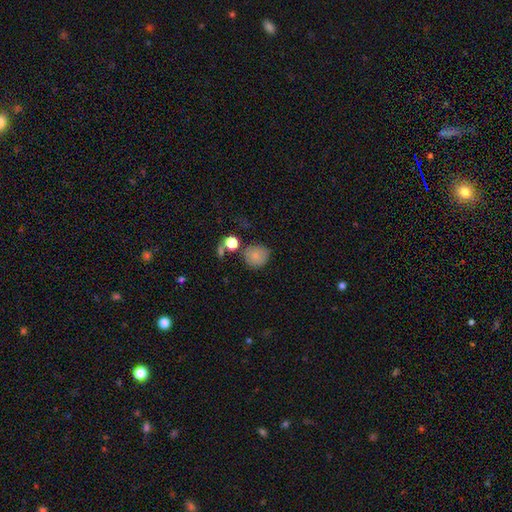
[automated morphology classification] The model was most divided on "merging": none: 70%, minor disturbance: 16%, merger: 10%, major disturbance: 5%. More confident: how rounded — round (85%); smooth or featured — smooth (79%).